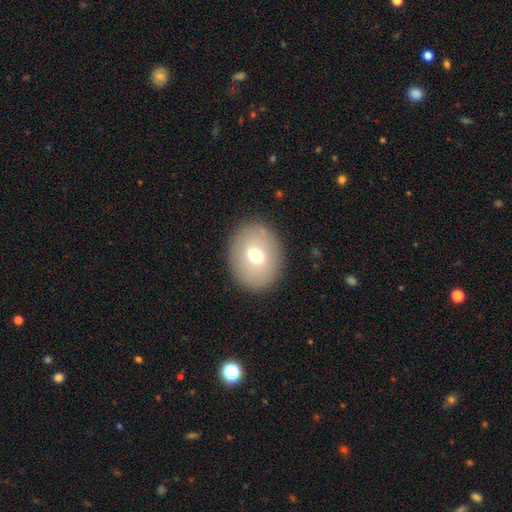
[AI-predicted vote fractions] Q: Smooth or featured?
A: smooth (67%); runner-up: featured or disk (24%)
Q: How rounded?
A: in between (51%); runner-up: round (48%)
Q: Merging?
A: none (87%); runner-up: minor disturbance (8%)